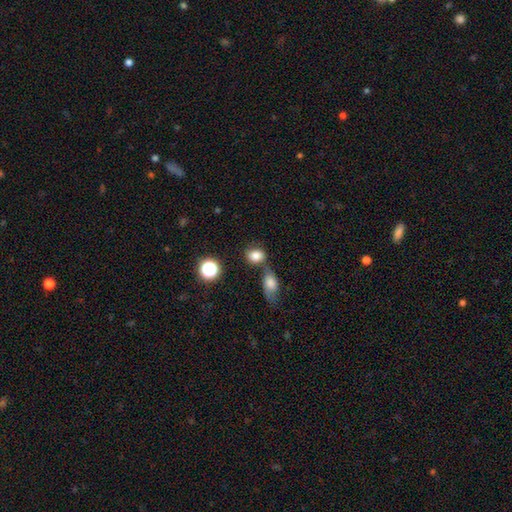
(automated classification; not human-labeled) This appears to be a smooth galaxy with no disk features (80%) that is round (51%). Merging: none (48%).